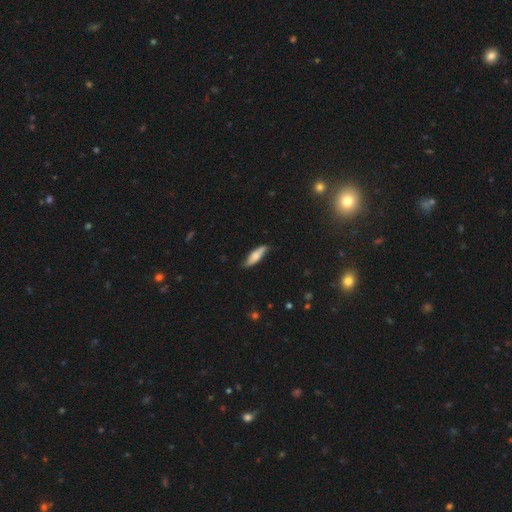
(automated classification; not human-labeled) Morphology: type=smooth (67%); roundness=cigar-shaped (58%); merging=none (78%).